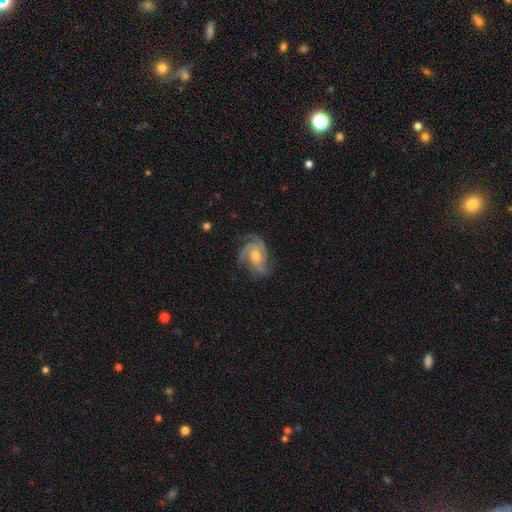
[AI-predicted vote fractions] Morphology: type=featured or disk (86%); edge-on=no (97%); bar=no (61%); spiral arms=yes (97%); winding=medium (45%); arm count=3 (54%); bulge=moderate (63%); merging=none (70%).